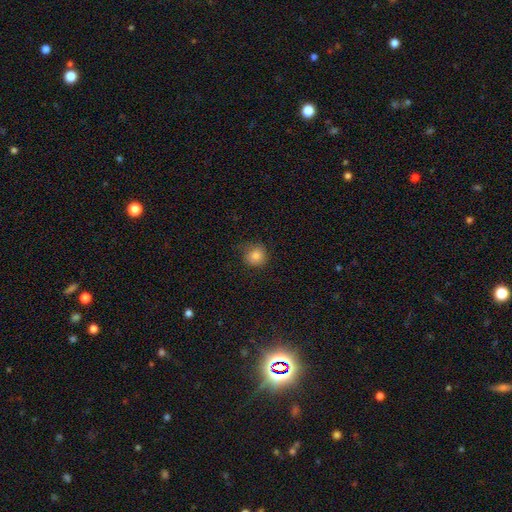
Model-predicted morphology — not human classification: Smooth or featured?
  - smooth: 84% *
  - star or artifact: 11%
  - featured or disk: 5%
How rounded?
  - round: 88% *
  - in between: 11%
  - cigar-shaped: 1%
Merging?
  - none: 76% *
  - minor disturbance: 18%
  - major disturbance: 5%
  - merger: 1%